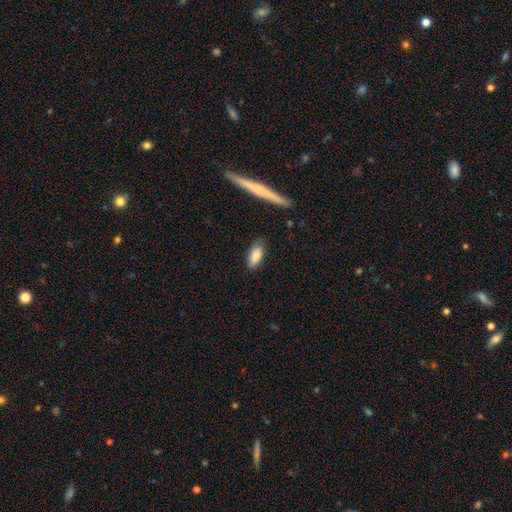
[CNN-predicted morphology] Smooth or featured? Predicted: smooth (p=0.84). How rounded? Predicted: in between (p=0.84). Merging? Predicted: none (p=0.80).